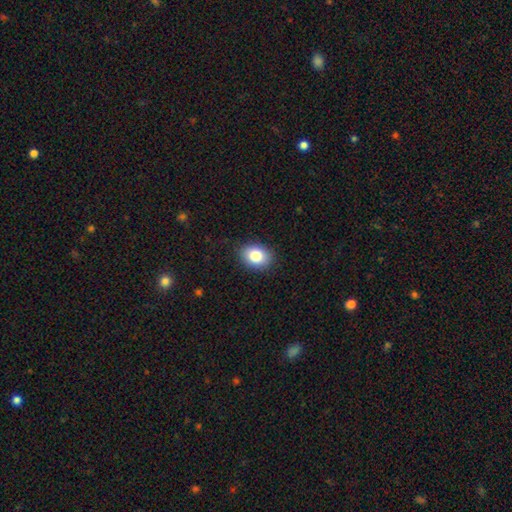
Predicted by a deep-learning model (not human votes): smooth_or_featured: smooth (p=0.84) [alt: star or artifact p=0.09]
how_rounded: in between (p=0.67) [alt: round p=0.32]
merging: none (p=0.88) [alt: minor disturbance p=0.09]